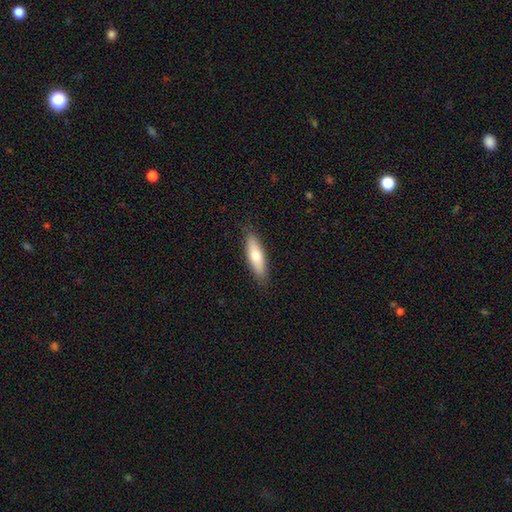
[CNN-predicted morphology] This is likely a smooth galaxy (72%). How rounded: possibly cigar-shaped (59%). Merging: clearly none (87%).